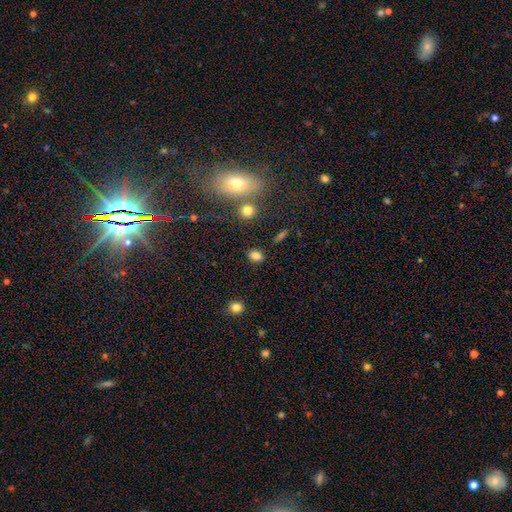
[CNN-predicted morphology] type=smooth (82%); roundness=in between (62%); merging=none (83%).